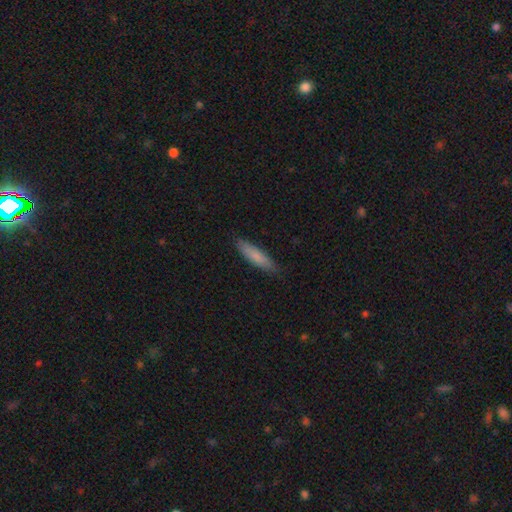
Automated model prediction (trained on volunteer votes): Smooth or featured? smooth (80%)
How rounded? cigar-shaped (74%)
Merging? none (83%)